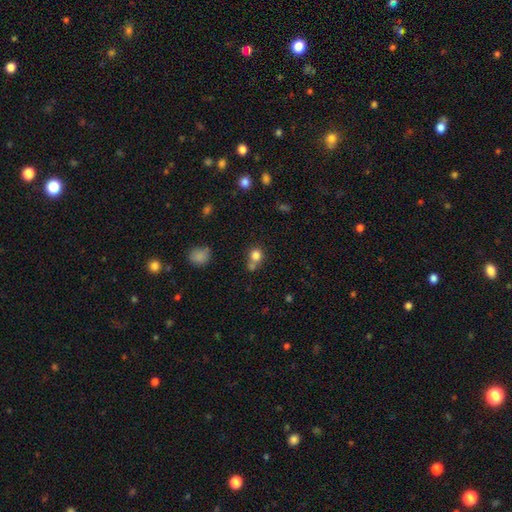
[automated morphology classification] Smooth or featured: smooth — 80% (star or artifact — 12%)
How rounded: round — 81% (in between — 18%)
Merging: none — 46% (merger — 37%)